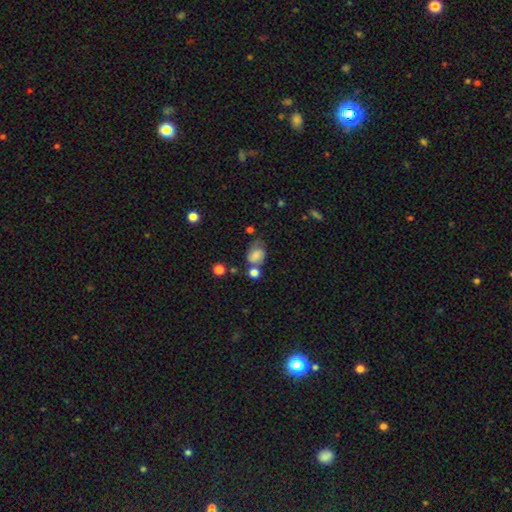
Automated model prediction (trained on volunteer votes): Smooth or featured: smooth — 62% (featured or disk — 27%)
How rounded: in between — 64% (round — 35%)
Merging: none — 40% (minor disturbance — 27%)